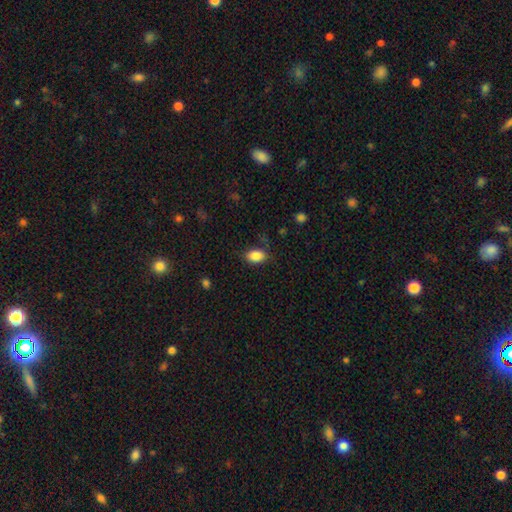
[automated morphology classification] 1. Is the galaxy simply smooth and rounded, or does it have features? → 86% smooth, 8% star or artifact, 6% featured or disk.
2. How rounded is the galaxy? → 87% in between, 11% round, 2% cigar-shaped.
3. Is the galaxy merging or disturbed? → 79% none, 15% minor disturbance, 4% major disturbance, 2% merger.